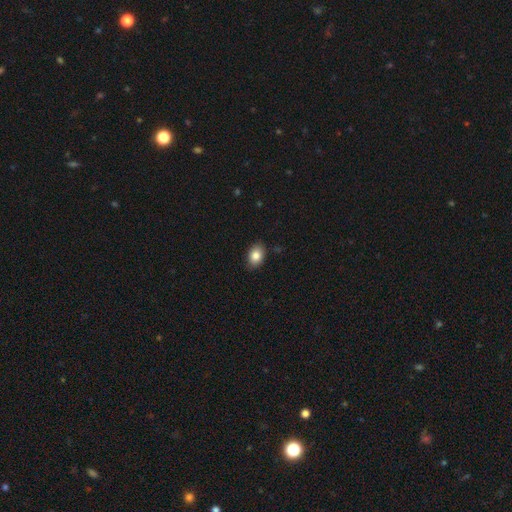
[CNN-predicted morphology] This appears to be a smooth galaxy with no disk features (85%) that is in between round and cigar-shaped (82%). Merging: none (85%).